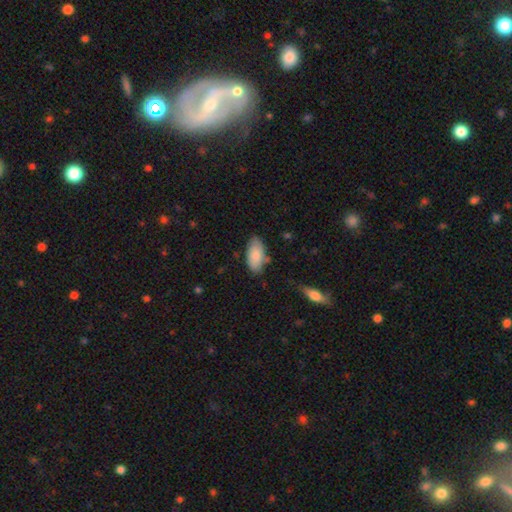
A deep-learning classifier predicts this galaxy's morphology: smooth 82%, featured or disk 12%, star or artifact 6%. Down the decision tree: how rounded — in between (93%); merging — none (74%).